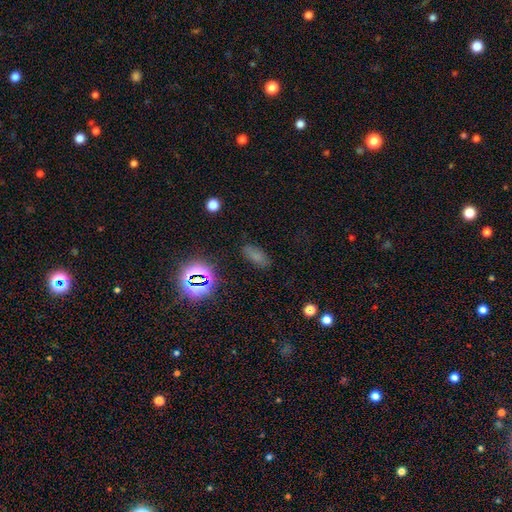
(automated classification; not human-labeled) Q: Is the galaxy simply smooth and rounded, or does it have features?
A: smooth — 64%.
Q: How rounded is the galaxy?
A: in between — 81%.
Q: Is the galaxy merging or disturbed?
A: none — 79%.